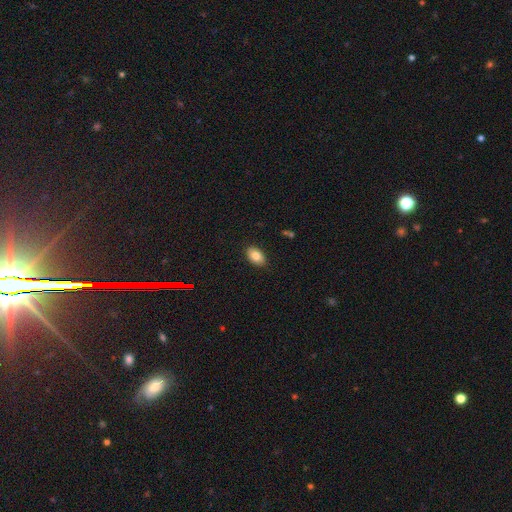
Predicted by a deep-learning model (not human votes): The model was most divided on "smooth or featured": smooth: 85%, star or artifact: 8%, featured or disk: 7%. More confident: how rounded — in between (89%); merging — none (87%).